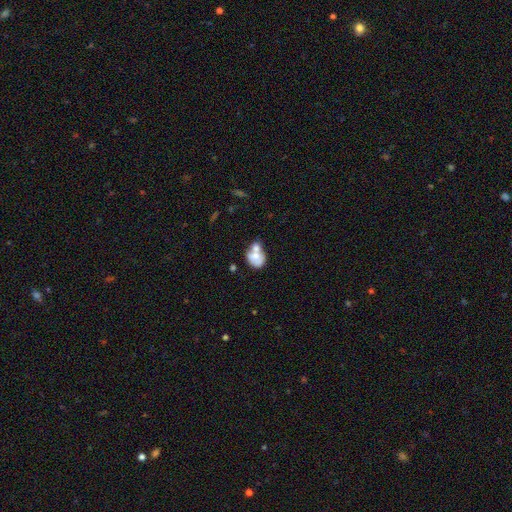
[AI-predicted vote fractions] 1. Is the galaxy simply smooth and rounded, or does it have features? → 61% smooth, 32% featured or disk, 7% star or artifact.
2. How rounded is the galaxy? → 62% in between, 37% round, 1% cigar-shaped.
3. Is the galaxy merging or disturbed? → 59% merger, 21% none, 13% minor disturbance, 7% major disturbance.